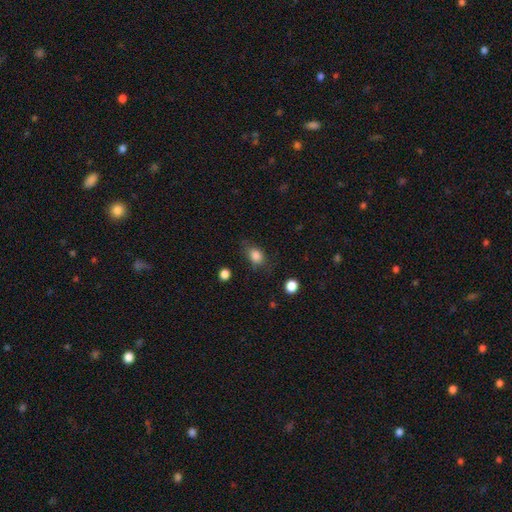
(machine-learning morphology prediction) A smooth galaxy with no disk features (84%) that is in between round and cigar-shaped (61%).

Vote fractions:
- Smooth or featured? smooth: 84% / star or artifact: 10% / featured or disk: 6%
- How rounded? in between: 61% / round: 37% / cigar-shaped: 2%
- Merging? none: 68% / minor disturbance: 21% / major disturbance: 8% / merger: 2%